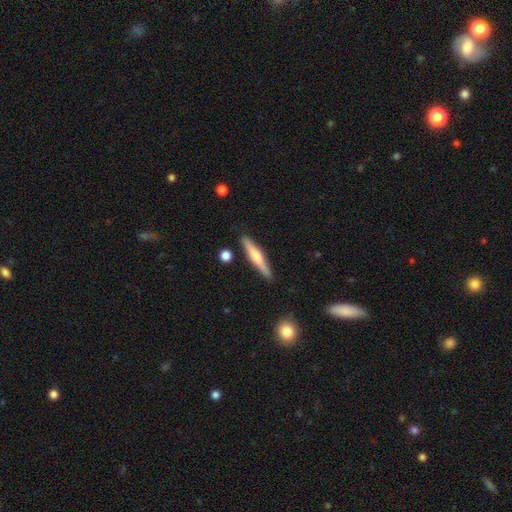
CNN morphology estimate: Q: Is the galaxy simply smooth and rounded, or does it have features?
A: smooth — 48%.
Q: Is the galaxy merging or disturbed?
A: none — 88%.